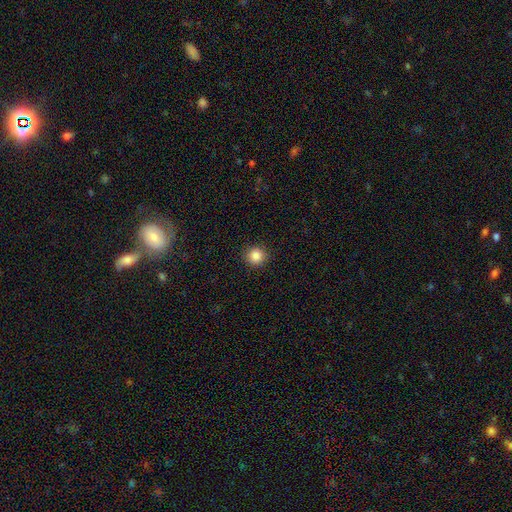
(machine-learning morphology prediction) Overall: smooth (86%). How rounded: round (94%). Merging: none (92%).